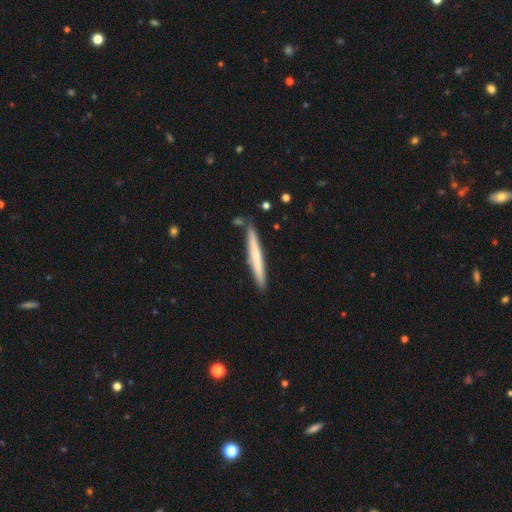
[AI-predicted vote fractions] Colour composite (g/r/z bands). It shows a smooth galaxy with no disk features (55%) that is cigar-shaped (97%). Merging: none (86%).